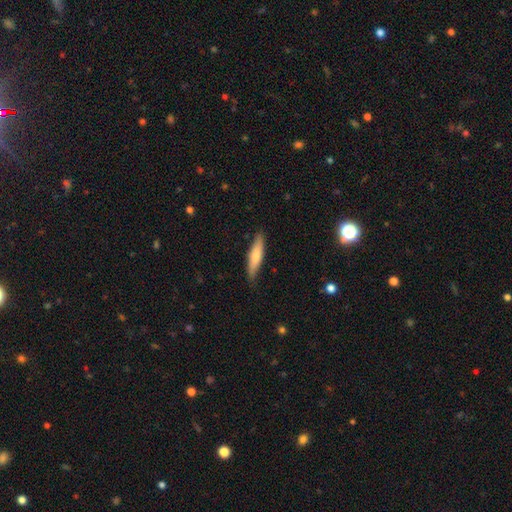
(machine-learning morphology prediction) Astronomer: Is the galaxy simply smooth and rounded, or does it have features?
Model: smooth — 69%.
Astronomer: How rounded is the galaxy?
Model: cigar-shaped — 75%.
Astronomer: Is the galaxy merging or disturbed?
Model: none — 82%.